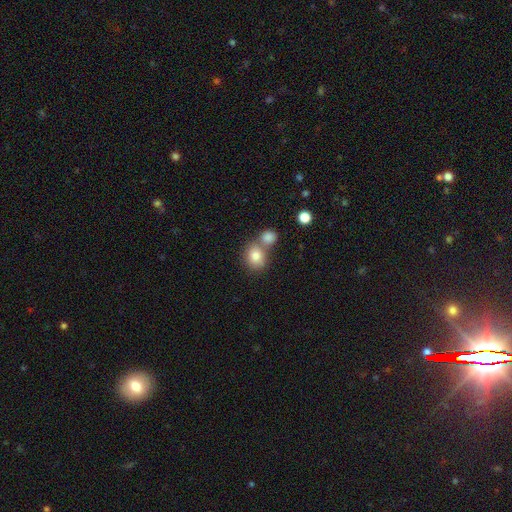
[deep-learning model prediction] Smooth or featured? Predicted: smooth (p=0.81). How rounded? Predicted: round (p=0.68). Merging? Predicted: none (p=0.44, tied with merger).